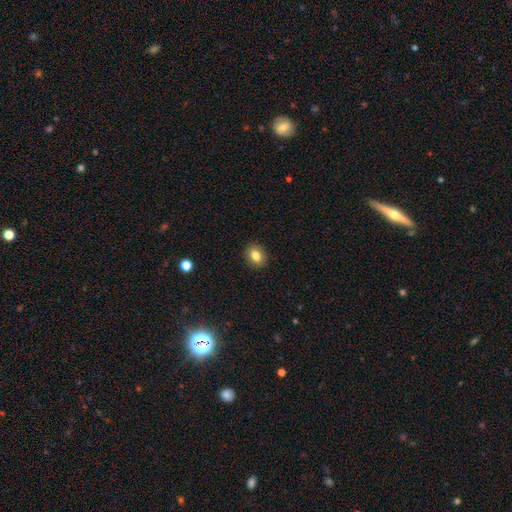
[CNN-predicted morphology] This is clearly a smooth galaxy (82%). How rounded: possibly in between (55%). Merging: clearly none (90%).